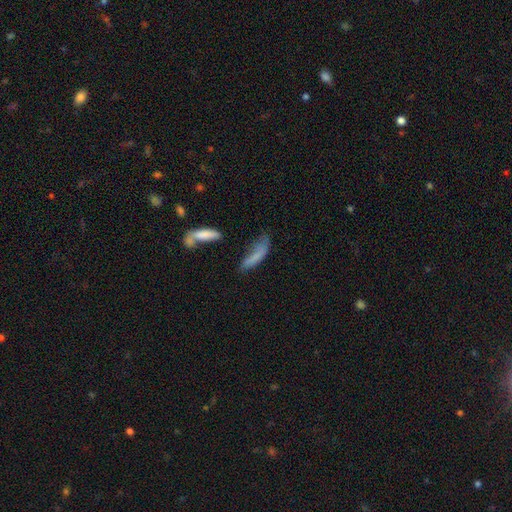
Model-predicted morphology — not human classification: This appears to be a smooth galaxy with no disk features (69%) that is cigar-shaped (64%). Merging: none (34%).